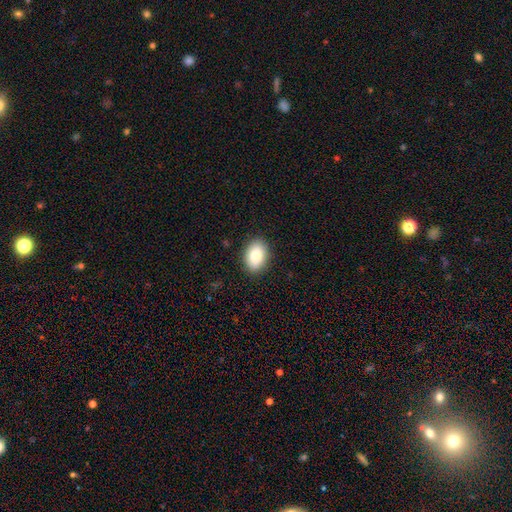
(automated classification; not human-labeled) A smooth galaxy with no disk features (84%) that is in between round and cigar-shaped (85%). Merging: none (89%).